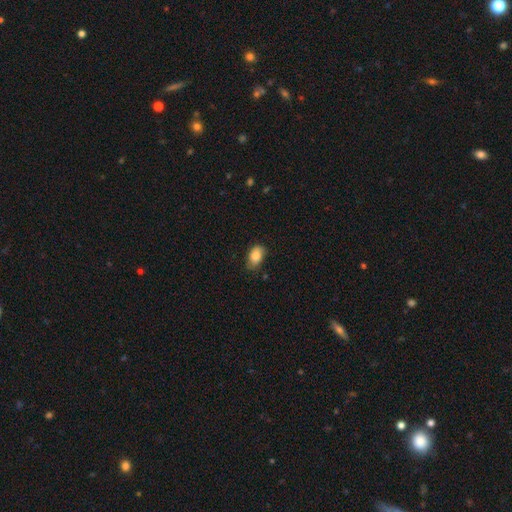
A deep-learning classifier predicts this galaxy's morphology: Q: Smooth or featured?
A: smooth (85%); runner-up: featured or disk (8%)
Q: How rounded?
A: in between (88%); runner-up: round (11%)
Q: Merging?
A: none (69%); runner-up: minor disturbance (25%)